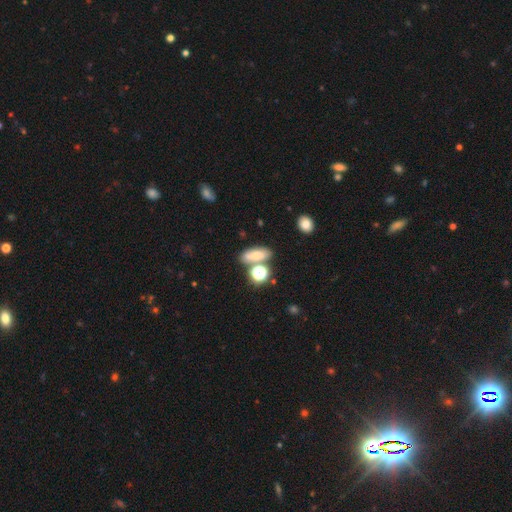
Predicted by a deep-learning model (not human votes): Morphology: type=smooth (66%); roundness=in between (64%); merging=none (59%).